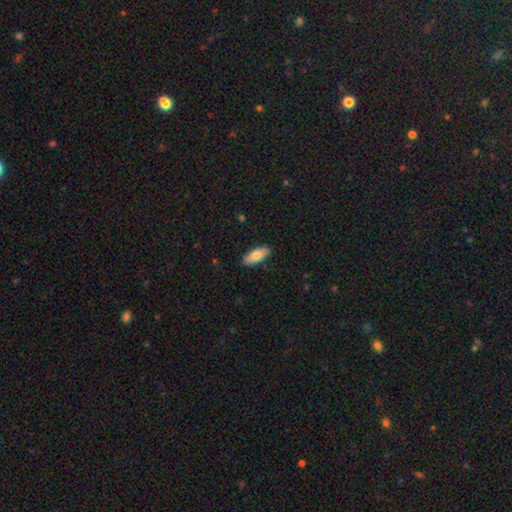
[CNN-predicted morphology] This is clearly a smooth galaxy (81%). How rounded: clearly in between (85%). Merging: clearly none (89%).